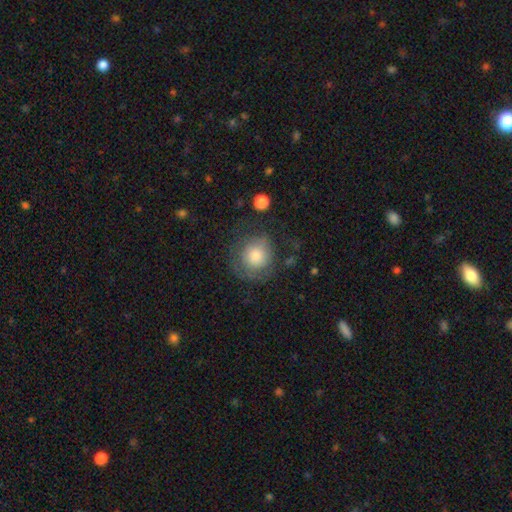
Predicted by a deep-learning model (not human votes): Smooth or featured? Predicted: smooth (p=0.68). How rounded? Predicted: round (p=0.89). Merging? Predicted: none (p=0.60).